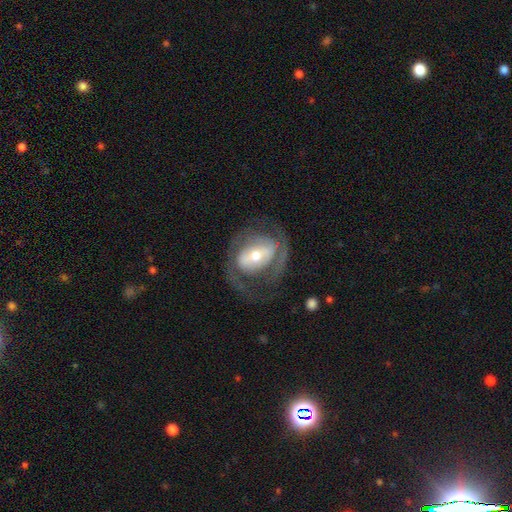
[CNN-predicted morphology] This is likely a featured or disk galaxy (76%). It is clearly not viewed edge-on (95%). Bar: marginally strong (40%). Spiral arm pattern: likely yes (75%). Spiral arm count: likely 2 (67%). Spiral winding: marginally medium (42%). Central bulge: possibly moderate (57%). Merging: possibly none (59%).